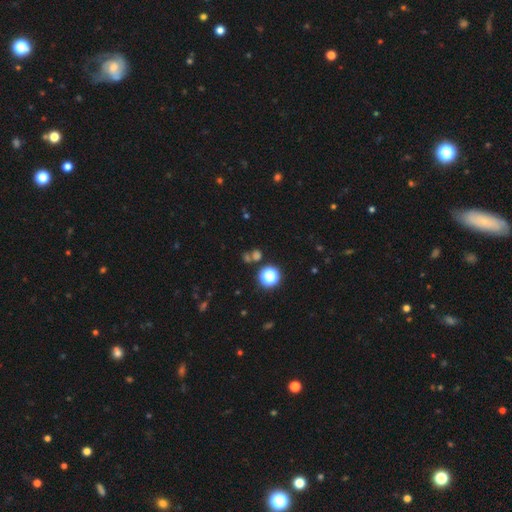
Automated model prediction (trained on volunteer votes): Smooth or featured: star or artifact — 51% (smooth — 41%)